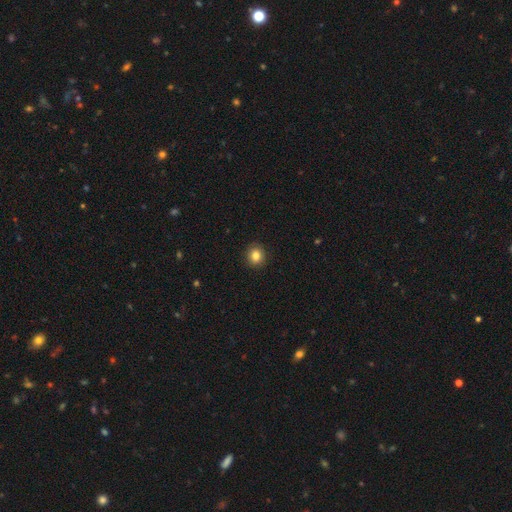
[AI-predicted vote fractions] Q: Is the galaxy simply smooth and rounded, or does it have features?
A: smooth — 84%.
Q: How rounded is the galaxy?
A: round — 86%.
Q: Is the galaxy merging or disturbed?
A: none — 92%.